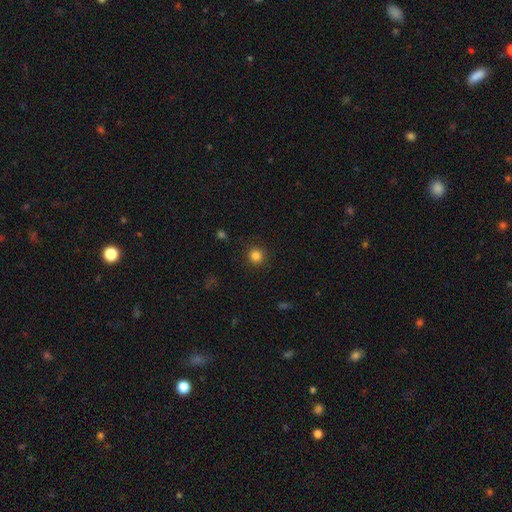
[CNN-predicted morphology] smooth_or_featured: smooth (p=0.84) [alt: star or artifact p=0.12]
how_rounded: round (p=0.94) [alt: in between p=0.05]
merging: none (p=0.91) [alt: minor disturbance p=0.06]